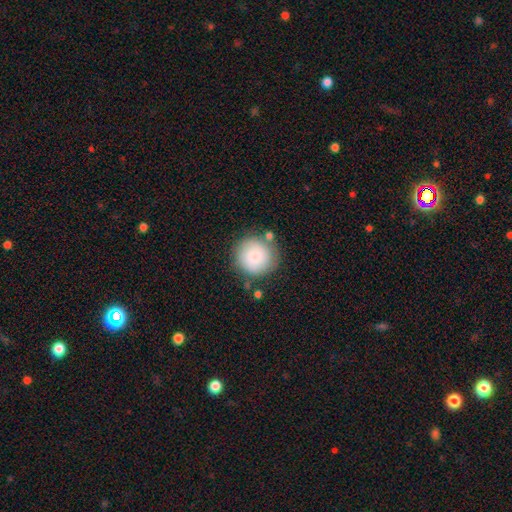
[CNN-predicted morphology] Smooth or featured? Predicted: smooth (p=0.81). How rounded? Predicted: round (p=0.94). Merging? Predicted: none (p=0.77).